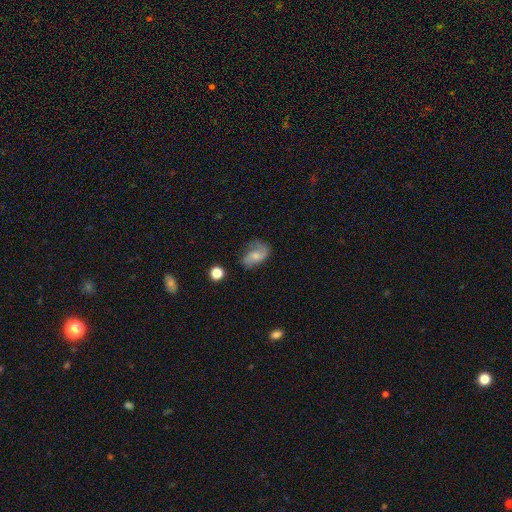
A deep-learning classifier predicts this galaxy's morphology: Smooth or featured: smooth — 46% (featured or disk — 44%)
Merging: none — 53% (minor disturbance — 28%)